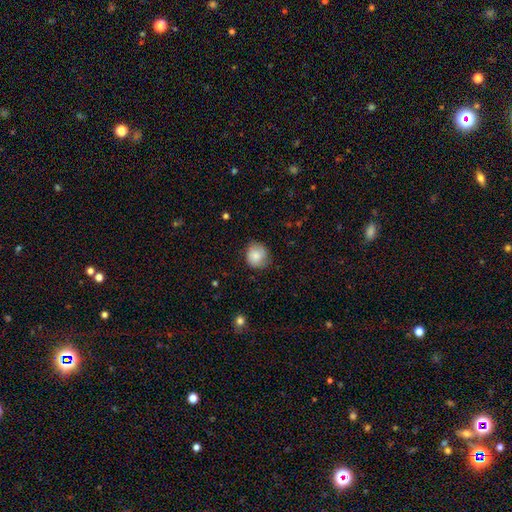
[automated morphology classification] Smooth or featured? smooth (81%)
How rounded? round (81%)
Merging? none (71%)